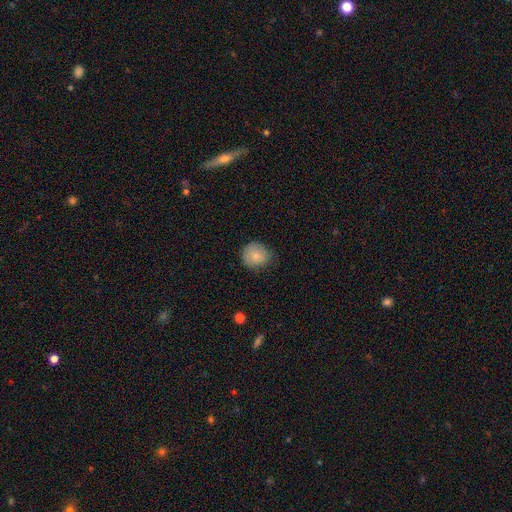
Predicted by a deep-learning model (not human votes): A smooth galaxy with no disk features (81%) that is round (85%).

Vote fractions:
- Smooth or featured? smooth: 81% / featured or disk: 11% / star or artifact: 8%
- How rounded? round: 85% / in between: 14% / cigar-shaped: 1%
- Merging? none: 75% / minor disturbance: 20% / major disturbance: 4% / merger: 1%